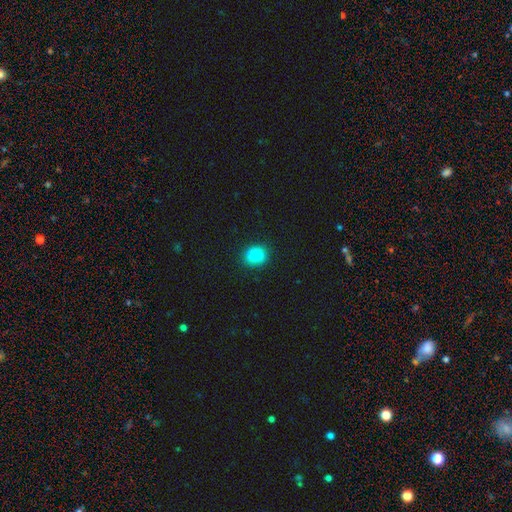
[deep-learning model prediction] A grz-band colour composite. It shows a smooth galaxy with no disk features (76%) that is round (64%). Merging: none (84%).